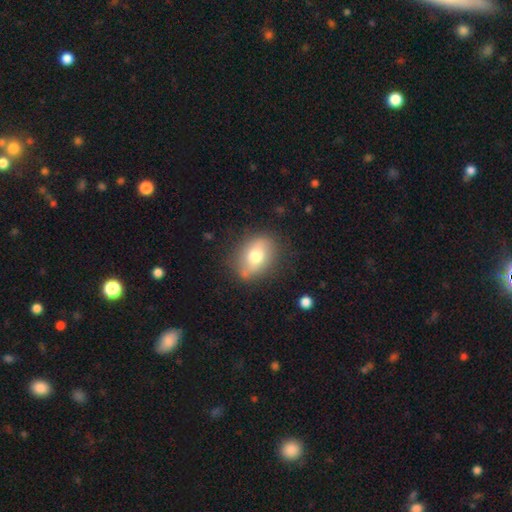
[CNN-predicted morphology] Smooth or featured?
  - smooth: 63% *
  - featured or disk: 30%
  - star or artifact: 8%
How rounded?
  - in between: 68% *
  - round: 30%
  - cigar-shaped: 2%
Merging?
  - none: 76% *
  - minor disturbance: 17%
  - major disturbance: 4%
  - merger: 2%